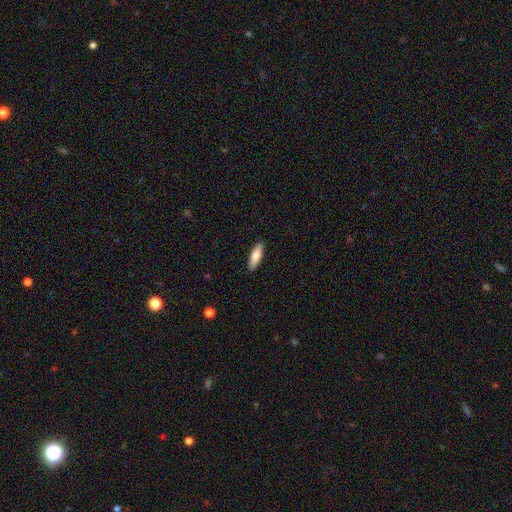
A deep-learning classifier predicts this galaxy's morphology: Q: Smooth or featured?
A: smooth (79%); runner-up: featured or disk (16%)
Q: How rounded?
A: cigar-shaped (54%); runner-up: in between (45%)
Q: Merging?
A: none (89%); runner-up: minor disturbance (8%)